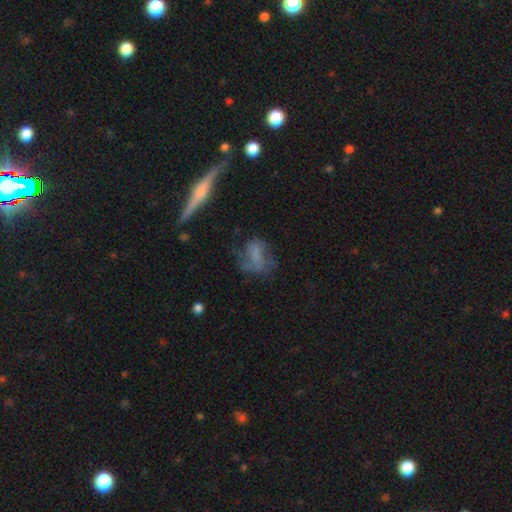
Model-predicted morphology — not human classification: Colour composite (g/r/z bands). It shows a smooth galaxy with no disk features (47%). Merging: none (45%).